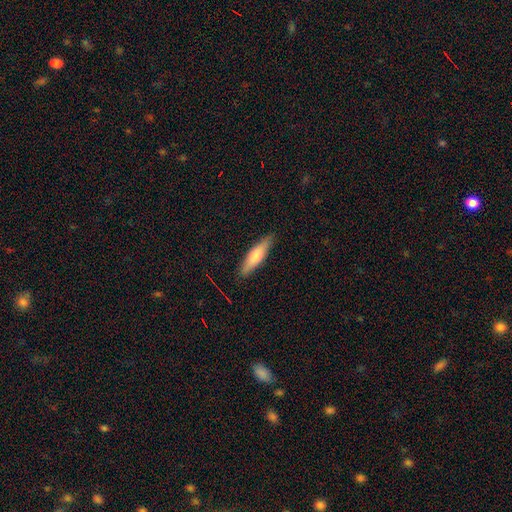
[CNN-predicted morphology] This appears to be a smooth galaxy with no disk features (66%) that is cigar-shaped (72%). Merging: none (88%).